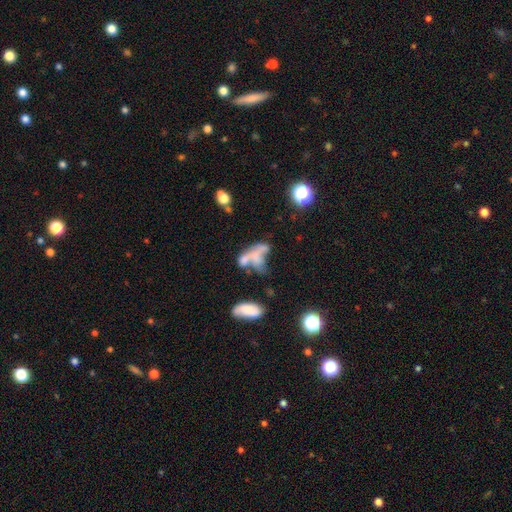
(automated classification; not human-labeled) Morphology: type=smooth (46%); merging=merger (45%).